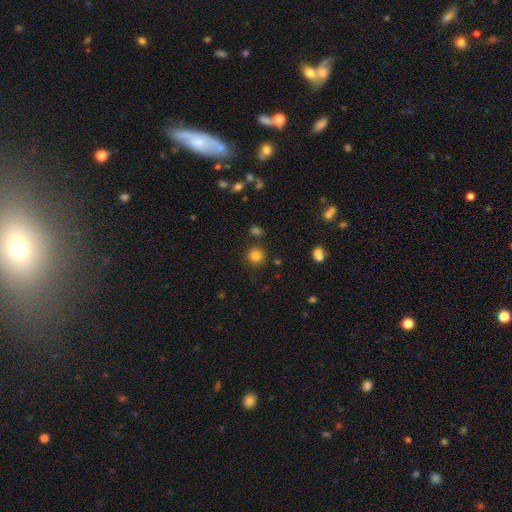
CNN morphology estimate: A smooth galaxy with no disk features (83%) that is round (92%).

Vote fractions:
- Smooth or featured? smooth: 83% / star or artifact: 12% / featured or disk: 5%
- How rounded? round: 92% / in between: 7% / cigar-shaped: 1%
- Merging? none: 86% / minor disturbance: 7% / merger: 4% / major disturbance: 3%